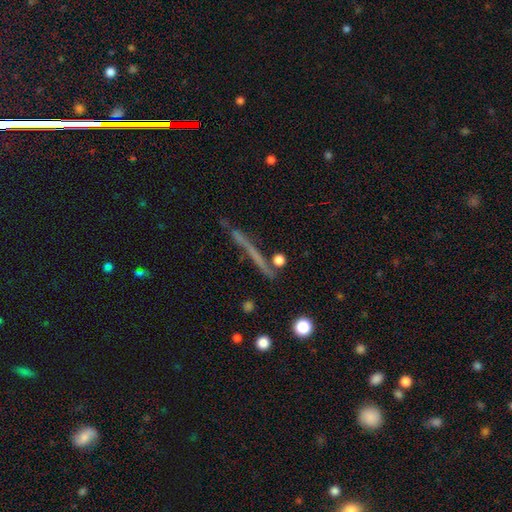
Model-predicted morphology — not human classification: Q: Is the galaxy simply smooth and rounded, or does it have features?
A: featured or disk — 49%.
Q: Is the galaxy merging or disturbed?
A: none — 76%.